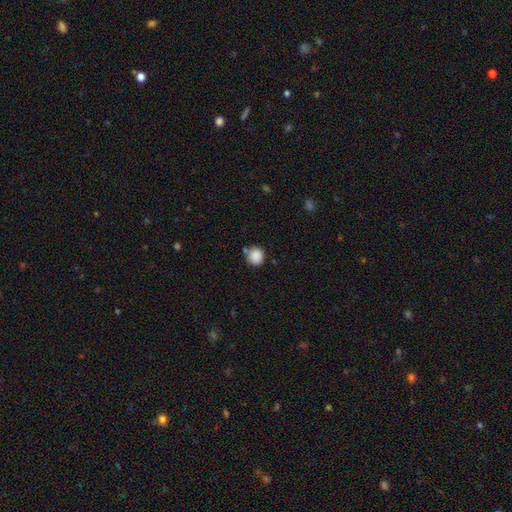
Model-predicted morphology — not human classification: This appears to be a smooth galaxy with no disk features (88%) that is round (89%). Merging: none (75%).